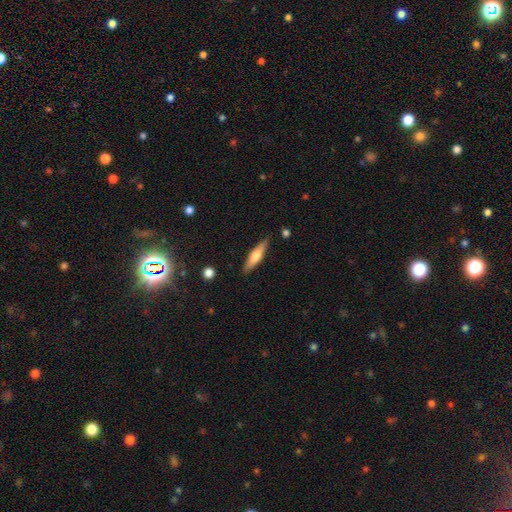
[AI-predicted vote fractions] Morphology: type=smooth (59%); roundness=cigar-shaped (75%); merging=none (86%).